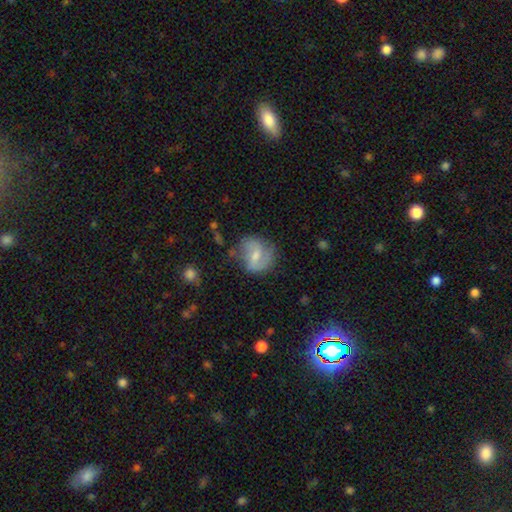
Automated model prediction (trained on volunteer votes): Overall: featured or disk (56%; smooth 37%). Edge-on disk: no (97%). Bar: weak (53%; strong 24%). Spiral arms: yes (78%). Bulge size: moderate (44%; small 40%). Merging: none (59%; minor disturbance 25%).